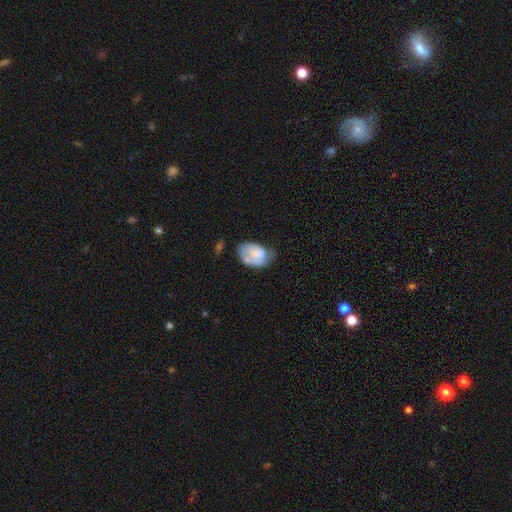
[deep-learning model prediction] smooth 58%, featured or disk 35%, star or artifact 7%. Down the decision tree: how rounded — in between (86%); merging — minor disturbance (37%).